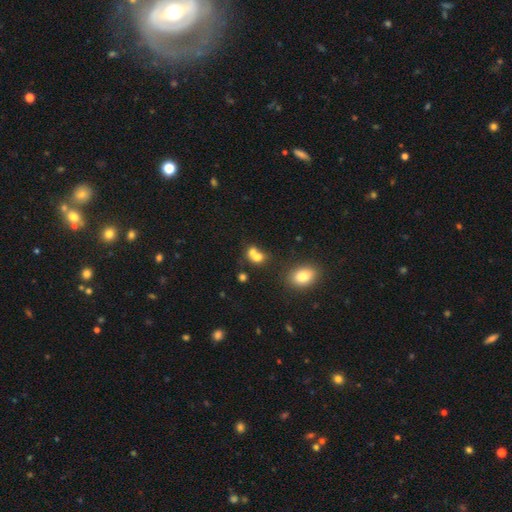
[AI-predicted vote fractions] Smooth or featured? smooth (72%)
How rounded? round (62%)
Merging? merger (59%)